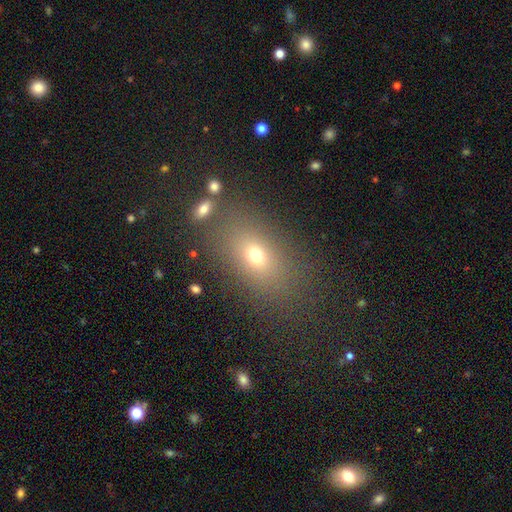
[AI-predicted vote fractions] Smooth or featured: smooth — 67% (star or artifact — 18%)
How rounded: in between — 75% (round — 20%)
Merging: none — 79% (minor disturbance — 11%)